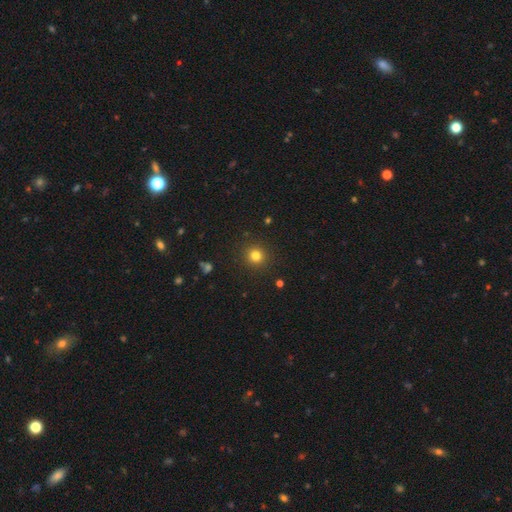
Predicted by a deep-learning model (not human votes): This is clearly a smooth galaxy (80%). How rounded: clearly round (93%). Merging: clearly none (91%).